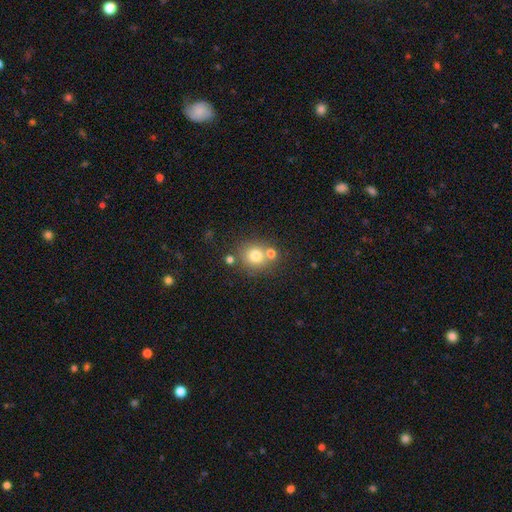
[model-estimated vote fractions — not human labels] This appears to be a smooth galaxy with no disk features (76%) that is round (85%). Merging: none (66%).